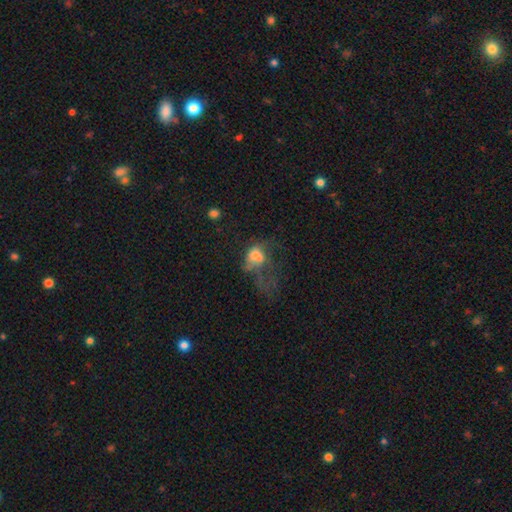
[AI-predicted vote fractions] smooth_or_featured: smooth (p=0.53) [alt: featured or disk p=0.34]
how_rounded: in between (p=0.73) [alt: round p=0.25]
merging: major disturbance (p=0.54) [alt: merger p=0.20]